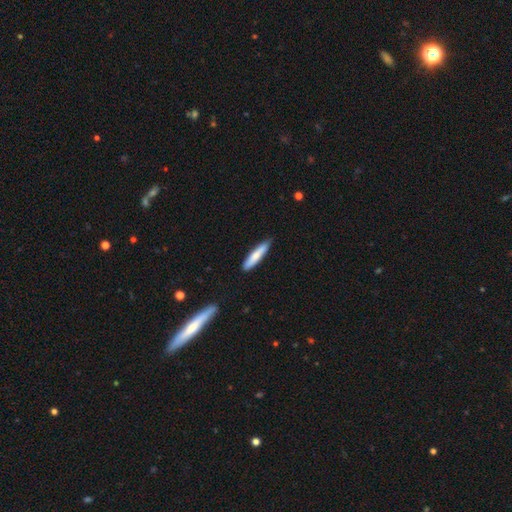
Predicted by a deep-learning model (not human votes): Smooth or featured?
  - smooth: 74% *
  - featured or disk: 21%
  - star or artifact: 5%
How rounded?
  - cigar-shaped: 87% *
  - in between: 11%
  - round: 1%
Merging?
  - none: 85% *
  - minor disturbance: 12%
  - major disturbance: 2%
  - merger: 1%